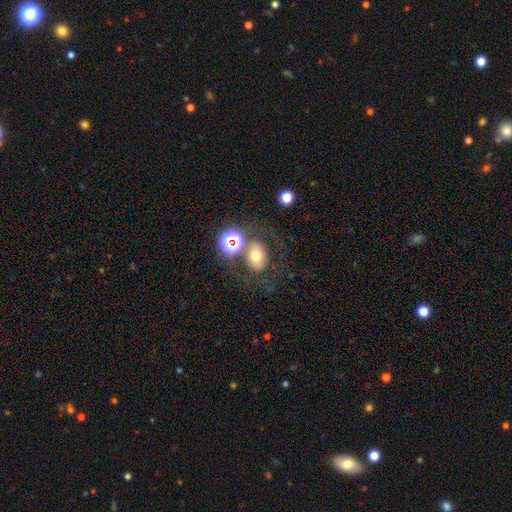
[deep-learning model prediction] smooth 57%, featured or disk 24%, star or artifact 19%. Down the decision tree: how rounded — in between (54%); merging — none (52%).